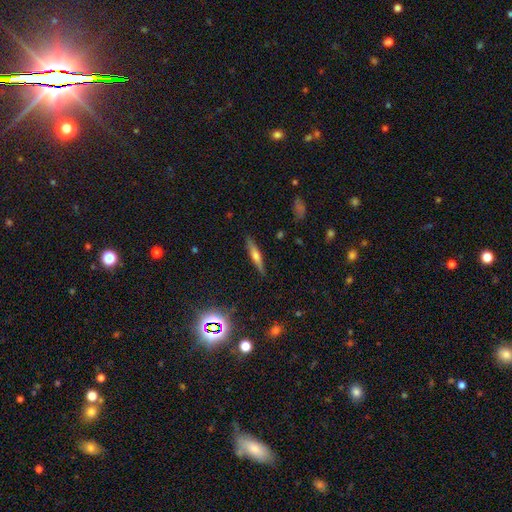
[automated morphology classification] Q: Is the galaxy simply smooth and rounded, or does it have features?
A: smooth — 46%.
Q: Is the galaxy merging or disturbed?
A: none — 87%.